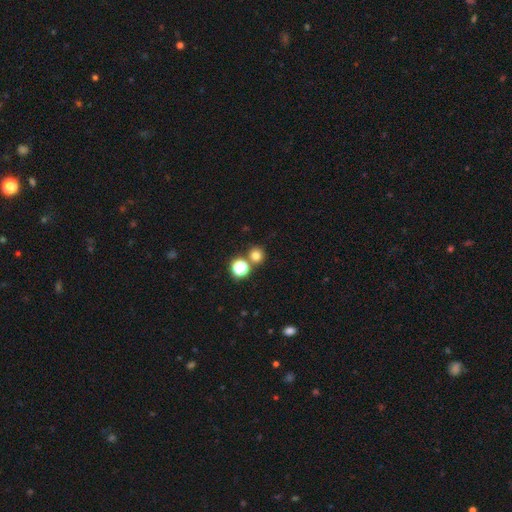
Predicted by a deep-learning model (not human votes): Morphology: type=smooth (75%); roundness=round (90%); merging=none (74%).